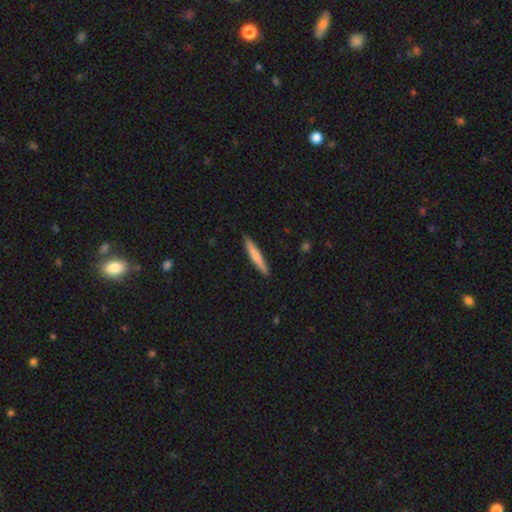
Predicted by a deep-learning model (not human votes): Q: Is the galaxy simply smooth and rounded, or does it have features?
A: smooth — 70%.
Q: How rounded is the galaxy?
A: cigar-shaped — 94%.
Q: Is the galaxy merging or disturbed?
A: none — 90%.